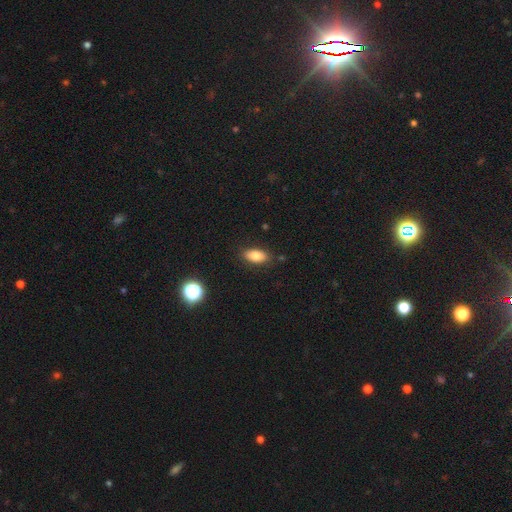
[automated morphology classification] A smooth galaxy with no disk features (82%) that is in between round and cigar-shaped (89%).

Vote fractions:
- Smooth or featured? smooth: 82% / star or artifact: 9% / featured or disk: 9%
- How rounded? in between: 89% / cigar-shaped: 7% / round: 4%
- Merging? none: 86% / minor disturbance: 10% / major disturbance: 2% / merger: 2%